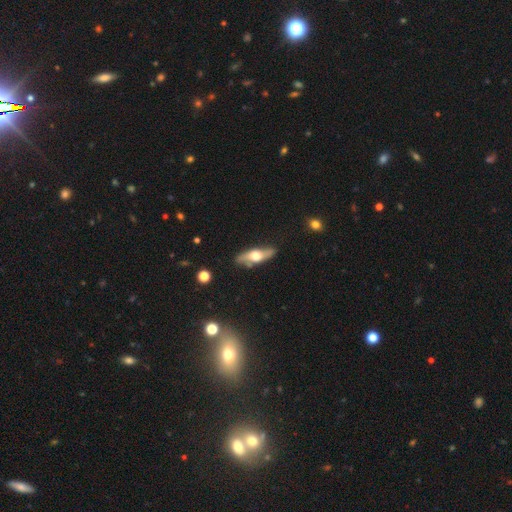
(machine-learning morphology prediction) Smooth or featured: featured or disk — 51% (smooth — 43%)
Edge-on disk: yes — 59% (no — 41%)
Merging: none — 80% (minor disturbance — 15%)